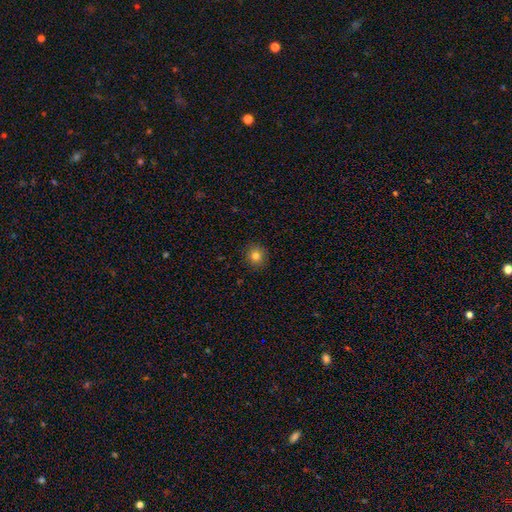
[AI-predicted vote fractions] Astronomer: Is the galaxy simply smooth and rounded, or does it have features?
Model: smooth — 80%.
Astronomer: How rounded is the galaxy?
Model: round — 90%.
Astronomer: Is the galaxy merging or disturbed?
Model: none — 91%.